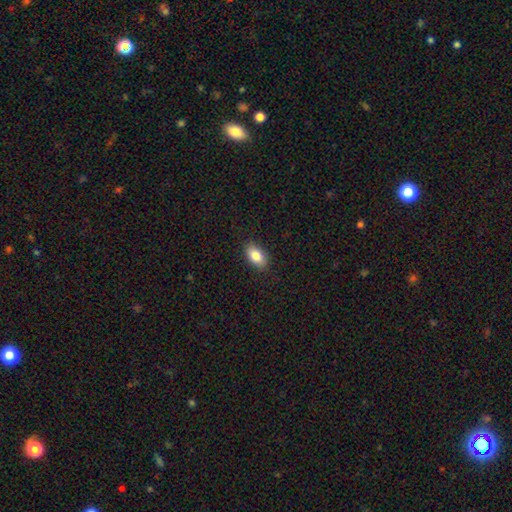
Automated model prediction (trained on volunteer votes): Morphology: type=smooth (84%); roundness=in between (92%); merging=none (88%).